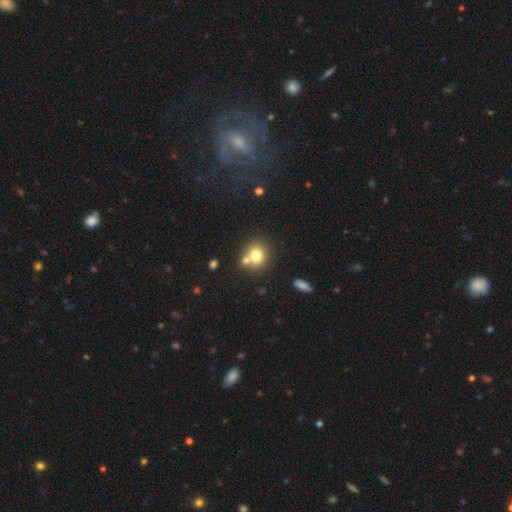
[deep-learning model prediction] Overall: smooth (75%). How rounded: round (77%). Merging: none (53%; merger 34%).